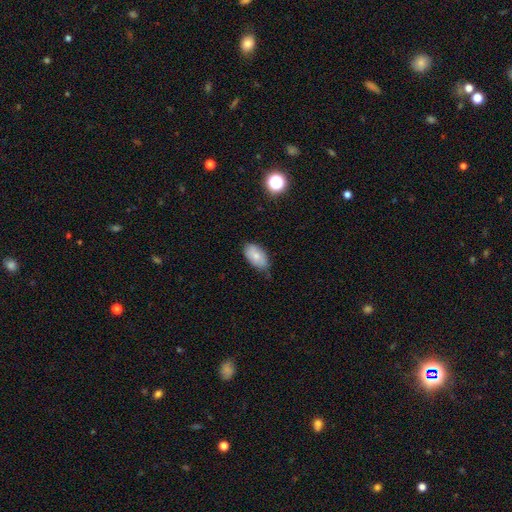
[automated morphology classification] A smooth galaxy with no disk features (77%) that is in between round and cigar-shaped (94%). Merging: none (64%).